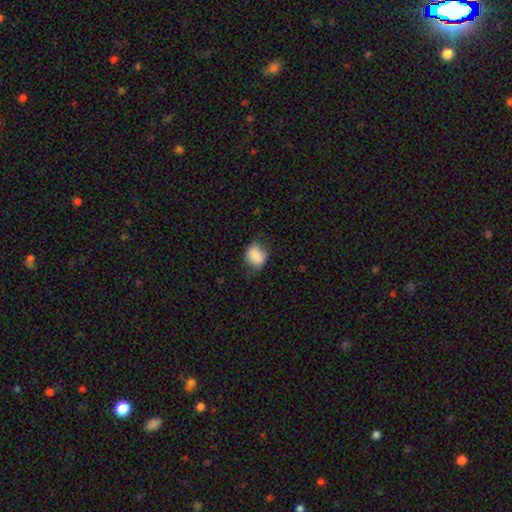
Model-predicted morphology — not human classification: This appears to be a smooth galaxy with no disk features (81%) that is in between round and cigar-shaped (51%). Merging: none (60%).